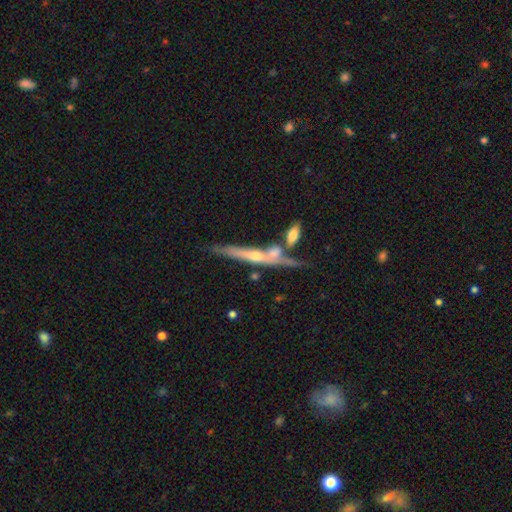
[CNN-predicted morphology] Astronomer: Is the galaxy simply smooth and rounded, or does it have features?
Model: featured or disk — 70%.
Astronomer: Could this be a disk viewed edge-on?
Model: yes — 90%.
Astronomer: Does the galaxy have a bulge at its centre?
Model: rounded — 70%.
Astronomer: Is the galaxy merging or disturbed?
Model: none — 50% (runner-up: merger, 29%).